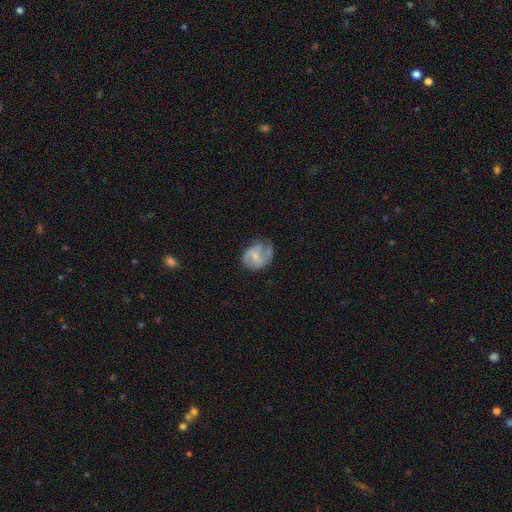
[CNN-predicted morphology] This is likely a featured or disk galaxy (65%). It is clearly not viewed edge-on (98%). Bar: marginally weak (45%). Spiral arm pattern: clearly yes (85%). Spiral arm count: likely 2 (75%). Spiral winding: possibly medium (48%). Central bulge: possibly small (53%). Merging: possibly none (53%).